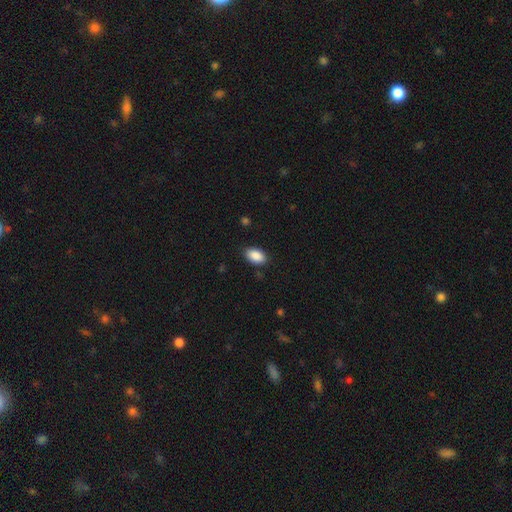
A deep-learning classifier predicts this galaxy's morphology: smooth-or-featured: smooth: 89% | star or artifact: 7% | featured or disk: 4%
  how-rounded: in between: 93% | round: 5% | cigar-shaped: 2%
  merging: none: 86% | minor disturbance: 11% | major disturbance: 2% | merger: 1%